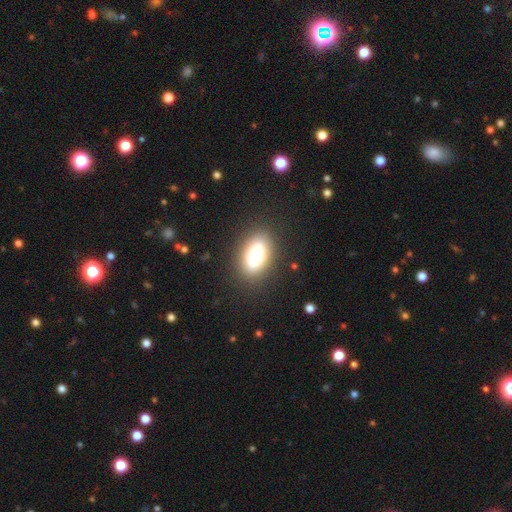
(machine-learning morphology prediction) The model was most divided on "smooth or featured": smooth: 74%, featured or disk: 16%, star or artifact: 10%. More confident: merging — none (86%); how rounded — in between (86%).